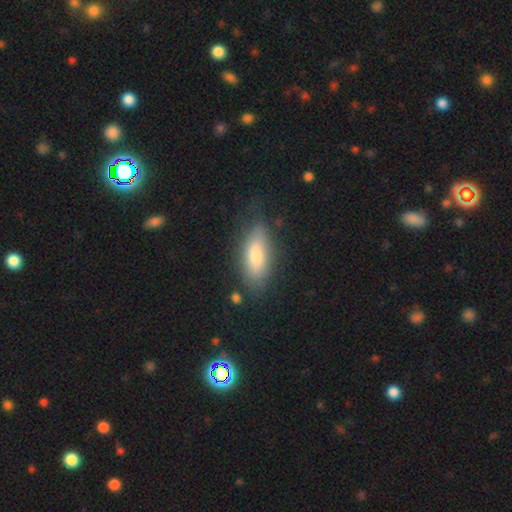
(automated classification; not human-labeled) Smooth or featured? smooth (77%)
How rounded? in between (74%)
Merging? none (75%)